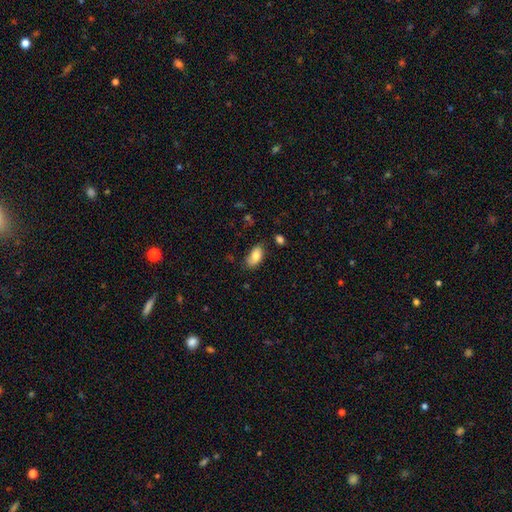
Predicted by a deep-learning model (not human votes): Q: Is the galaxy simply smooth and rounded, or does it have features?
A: smooth — 82%.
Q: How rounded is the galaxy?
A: in between — 93%.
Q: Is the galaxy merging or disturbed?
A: none — 77%.